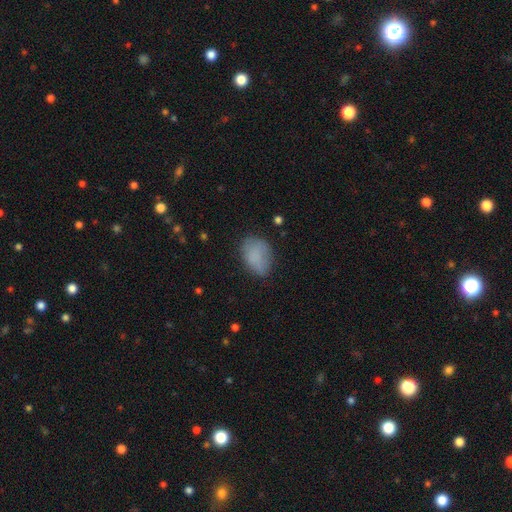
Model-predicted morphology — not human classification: A smooth galaxy with no disk features (81%) that is in between round and cigar-shaped (79%).

Vote fractions:
- Smooth or featured? smooth: 81% / featured or disk: 11% / star or artifact: 9%
- How rounded? in between: 79% / round: 20% / cigar-shaped: 1%
- Merging? none: 62% / minor disturbance: 28% / major disturbance: 9% / merger: 2%